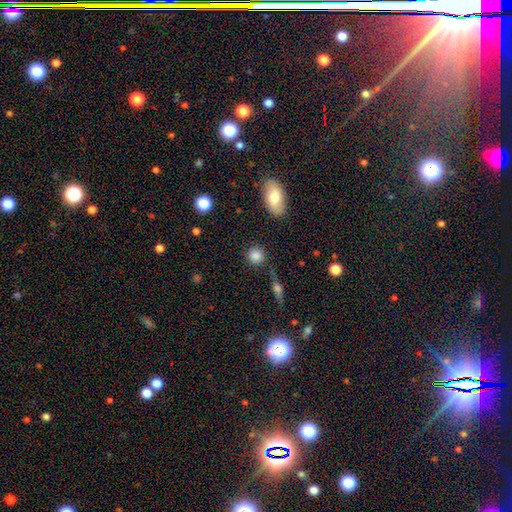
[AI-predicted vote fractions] Smooth or featured? Predicted: smooth (p=0.85). How rounded? Predicted: round (p=0.89). Merging? Predicted: none (p=0.84).